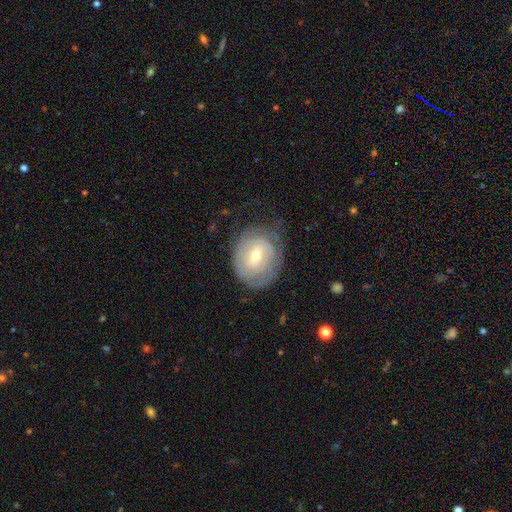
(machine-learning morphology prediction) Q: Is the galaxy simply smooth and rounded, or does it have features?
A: featured or disk — 65%.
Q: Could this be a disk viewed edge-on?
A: no — 96%.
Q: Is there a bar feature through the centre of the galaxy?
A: weak — 51%.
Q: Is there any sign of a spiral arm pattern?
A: yes — 74%.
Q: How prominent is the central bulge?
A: small — 55%.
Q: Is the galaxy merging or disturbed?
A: none — 59%.